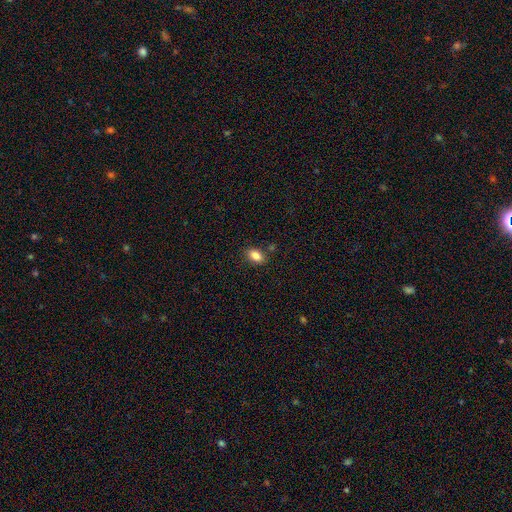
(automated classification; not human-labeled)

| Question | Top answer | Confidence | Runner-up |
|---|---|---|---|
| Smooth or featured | smooth | 84% | star or artifact (9%) |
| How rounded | in between | 87% | round (11%) |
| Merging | none | 83% | minor disturbance (10%) |